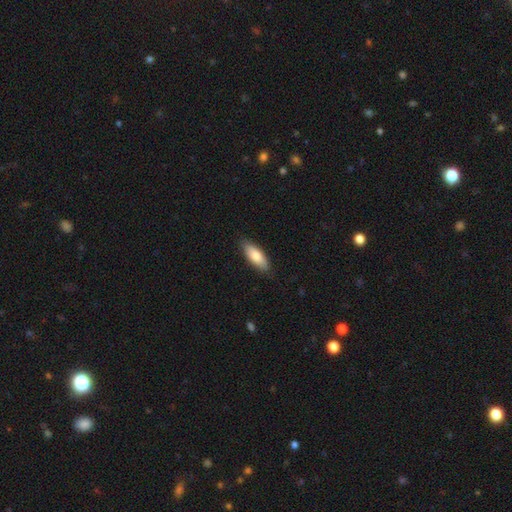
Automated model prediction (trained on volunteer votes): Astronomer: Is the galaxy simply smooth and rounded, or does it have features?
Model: smooth — 79%.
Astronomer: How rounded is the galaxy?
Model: in between — 70%.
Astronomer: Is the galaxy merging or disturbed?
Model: none — 85%.